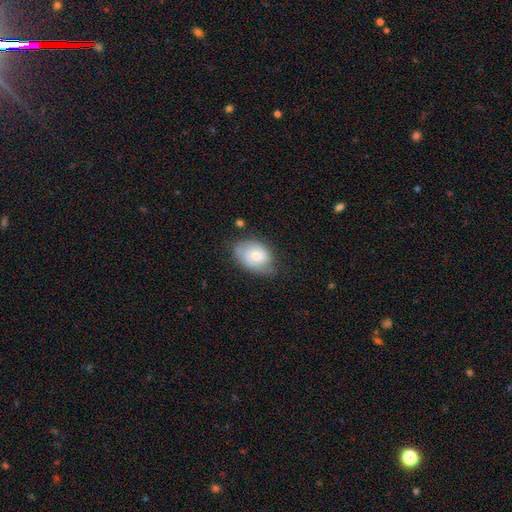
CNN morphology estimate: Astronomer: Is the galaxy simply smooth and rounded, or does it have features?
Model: smooth — 49% (runner-up: featured or disk, 44%).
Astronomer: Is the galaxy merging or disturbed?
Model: none — 62%.